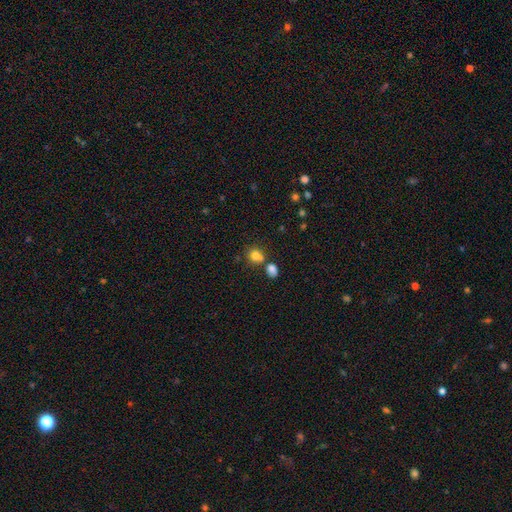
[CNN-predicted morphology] Q: Smooth or featured?
A: smooth (78%); runner-up: star or artifact (12%)
Q: How rounded?
A: round (78%); runner-up: in between (21%)
Q: Merging?
A: none (51%); runner-up: merger (35%)